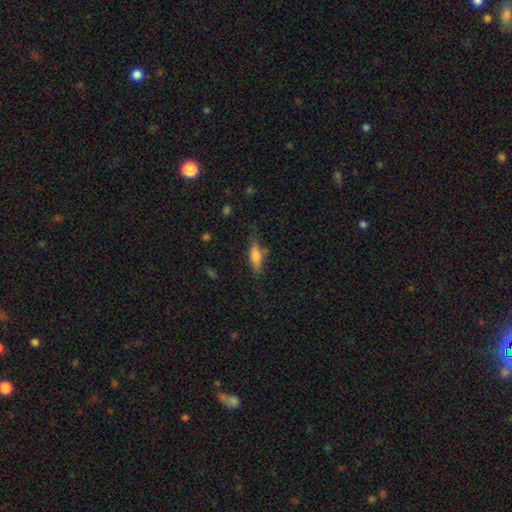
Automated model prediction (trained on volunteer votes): This is likely a smooth galaxy (61%). How rounded: possibly cigar-shaped (53%). Merging: likely none (69%).